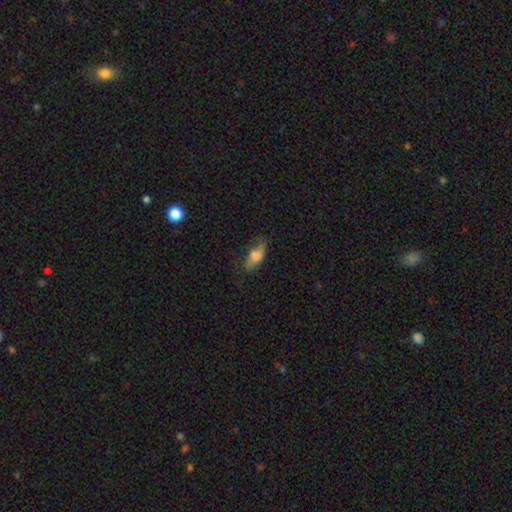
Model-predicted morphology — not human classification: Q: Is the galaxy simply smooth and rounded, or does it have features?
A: smooth — 63%.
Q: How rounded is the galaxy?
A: in between — 74%.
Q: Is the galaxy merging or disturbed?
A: none — 56%.